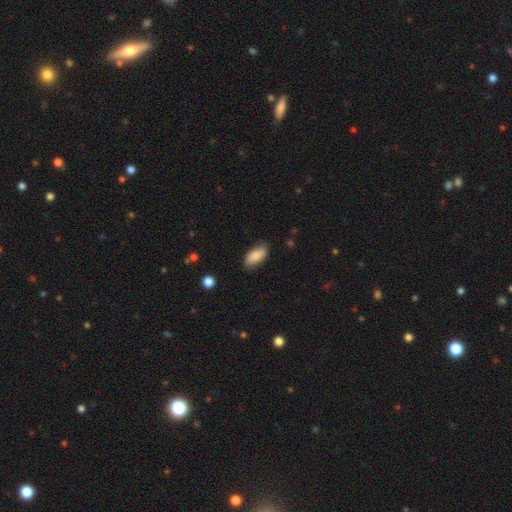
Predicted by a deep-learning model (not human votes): This appears to be a smooth galaxy with no disk features (83%) that is in between round and cigar-shaped (91%). Merging: none (79%).